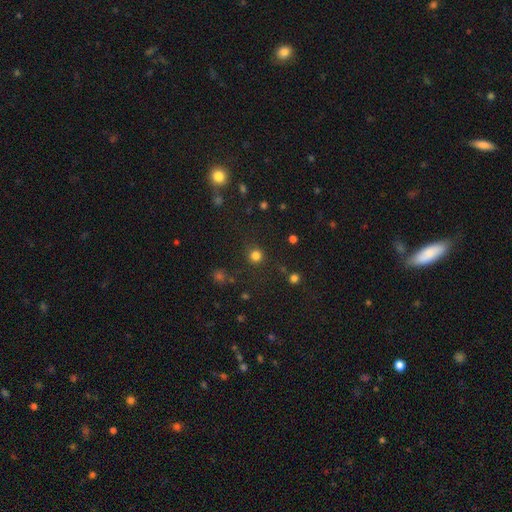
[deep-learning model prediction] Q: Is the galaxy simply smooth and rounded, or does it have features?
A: smooth — 81%.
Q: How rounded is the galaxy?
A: round — 94%.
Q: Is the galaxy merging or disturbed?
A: none — 86%.